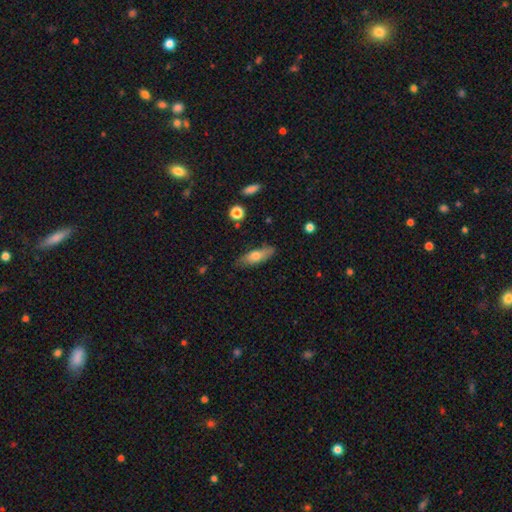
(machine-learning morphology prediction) The model was most divided on "how rounded": in between: 56%, cigar-shaped: 42%, round: 3%. More confident: merging — none (78%); smooth or featured — smooth (66%).